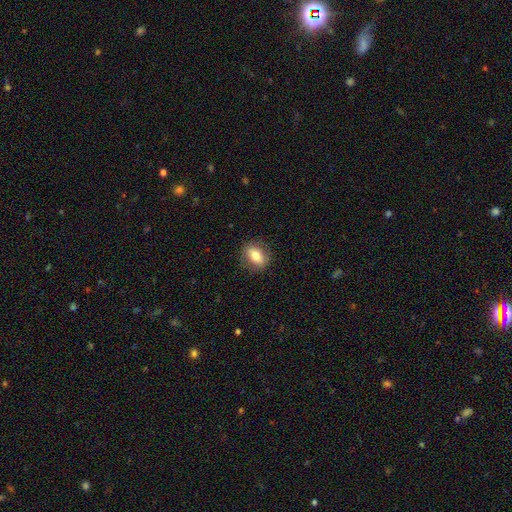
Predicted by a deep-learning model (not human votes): Overall: smooth (68%). How rounded: in between (62%; round 34%). Merging: none (84%).